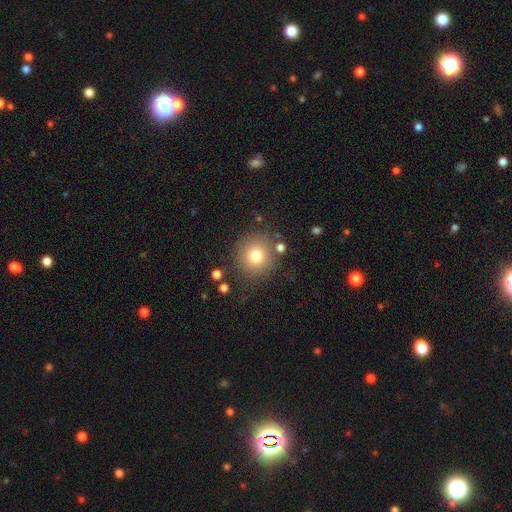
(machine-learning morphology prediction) A smooth galaxy with no disk features (77%) that is round (92%). Merging: none (83%).